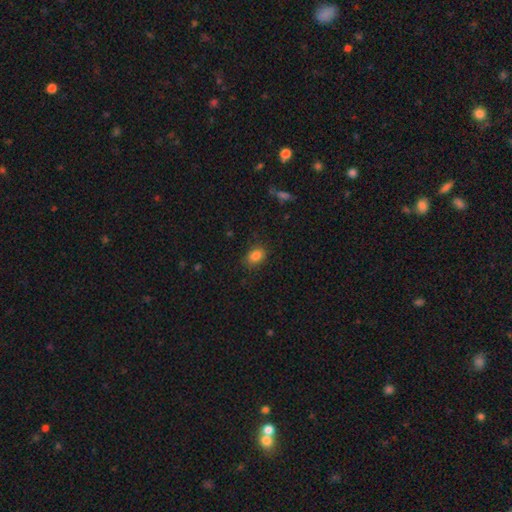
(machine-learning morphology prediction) Smooth or featured: smooth — 86% (star or artifact — 10%)
How rounded: in between — 80% (round — 18%)
Merging: none — 83% (minor disturbance — 12%)